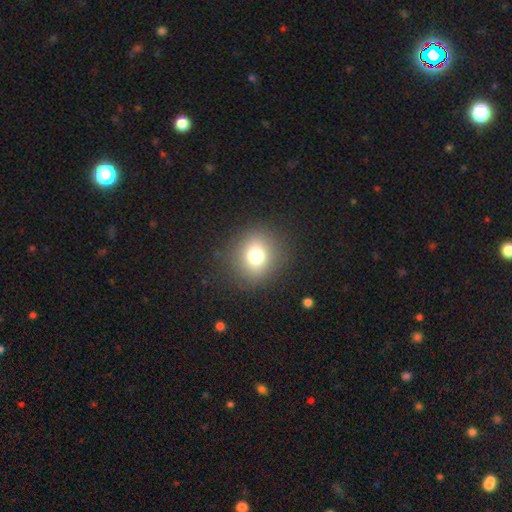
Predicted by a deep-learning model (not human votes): smooth 75%, star or artifact 14%, featured or disk 11%. Down the decision tree: how rounded — round (83%); merging — none (88%).